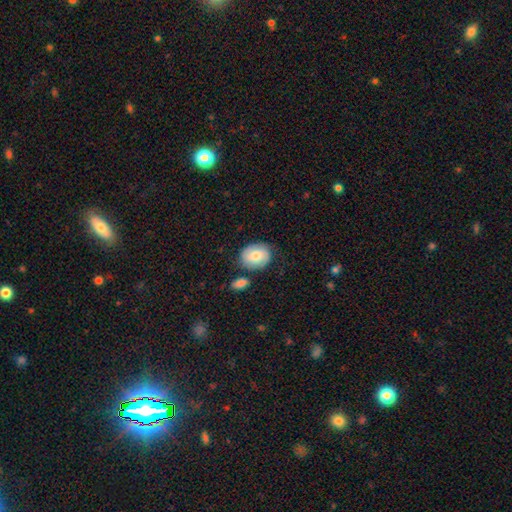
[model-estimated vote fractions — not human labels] Smooth or featured: smooth — 74% (featured or disk — 20%)
How rounded: round — 50% (in between — 49%)
Merging: none — 70% (minor disturbance — 17%)